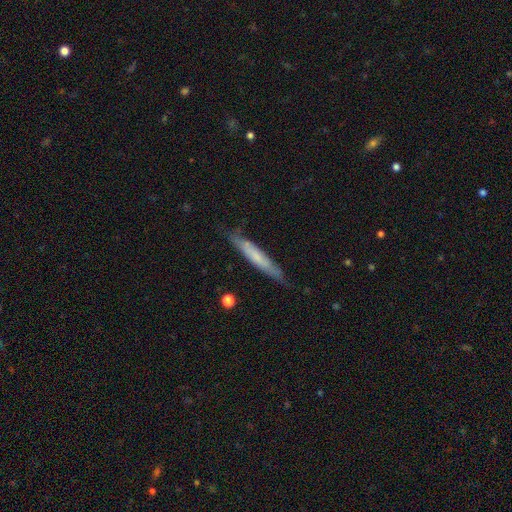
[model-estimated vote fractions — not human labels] The model was most divided on "smooth or featured": smooth: 51%, featured or disk: 42%, star or artifact: 6%. More confident: how rounded — cigar-shaped (93%); merging — none (80%).